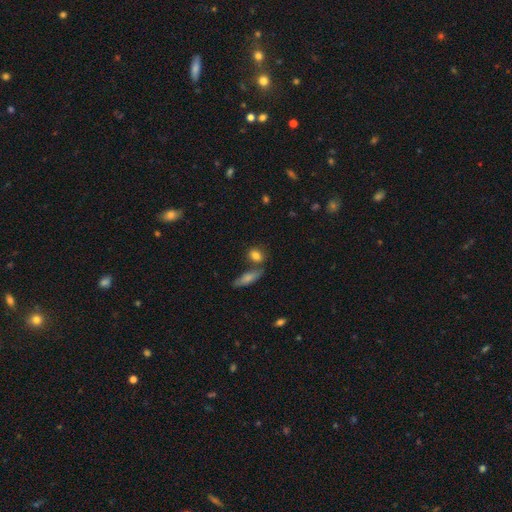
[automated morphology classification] A smooth galaxy with no disk features (81%) that is in between round and cigar-shaped (64%).

Vote fractions:
- Smooth or featured? smooth: 81% / featured or disk: 10% / star or artifact: 9%
- How rounded? in between: 64% / round: 28% / cigar-shaped: 8%
- Merging? none: 60% / merger: 22% / minor disturbance: 13% / major disturbance: 4%